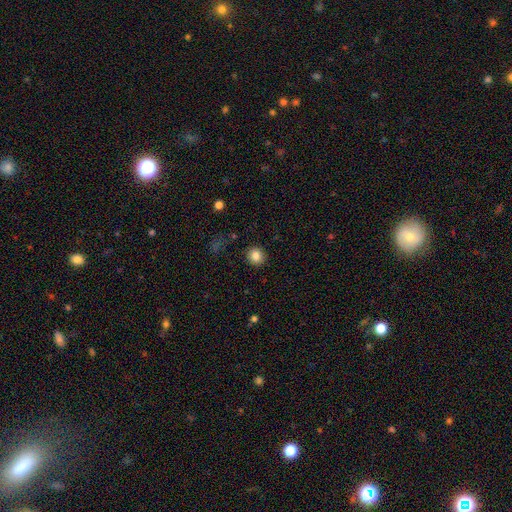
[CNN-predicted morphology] A smooth galaxy with no disk features (84%) that is round (88%). Merging: none (90%).